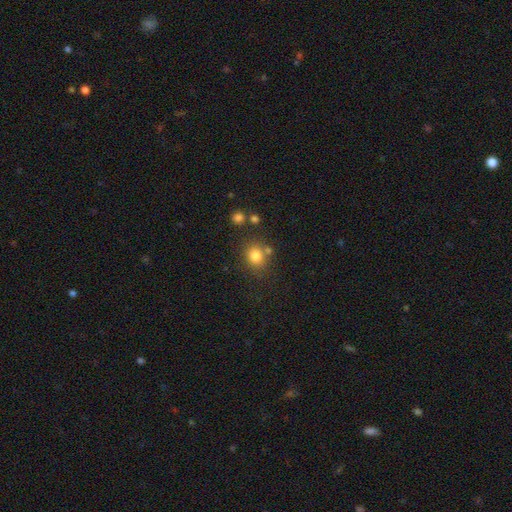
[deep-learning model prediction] Morphology: type=smooth (80%); roundness=round (73%); merging=none (70%).